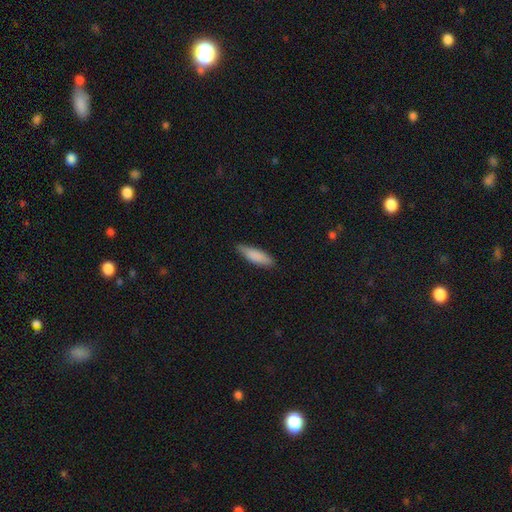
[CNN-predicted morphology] The model was most divided on "how rounded": cigar-shaped: 57%, in between: 42%, round: 2%. More confident: smooth or featured — smooth (84%); merging — none (81%).